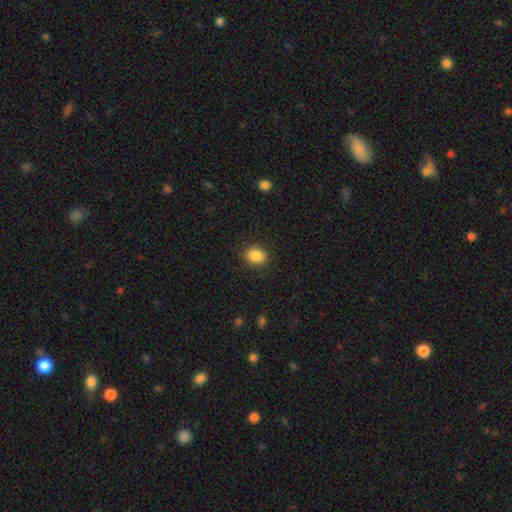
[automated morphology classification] smooth 87%, star or artifact 9%, featured or disk 4%. Down the decision tree: how rounded — round (53%); merging — none (88%).